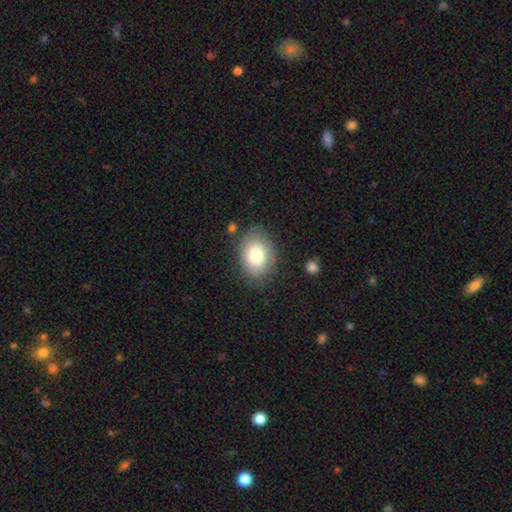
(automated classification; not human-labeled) Smooth or featured: smooth — 77% (featured or disk — 15%)
How rounded: in between — 69% (round — 30%)
Merging: none — 76% (minor disturbance — 17%)